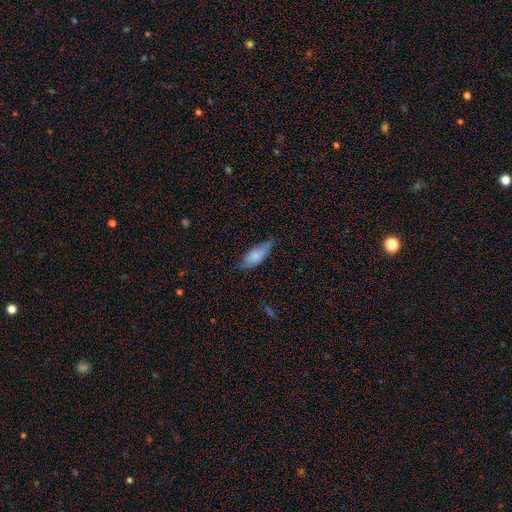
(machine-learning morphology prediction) smooth-or-featured: smooth: 76% | featured or disk: 17% | star or artifact: 7%
  how-rounded: in between: 80% | cigar-shaped: 18% | round: 2%
  merging: none: 53% | minor disturbance: 37% | major disturbance: 8% | merger: 2%